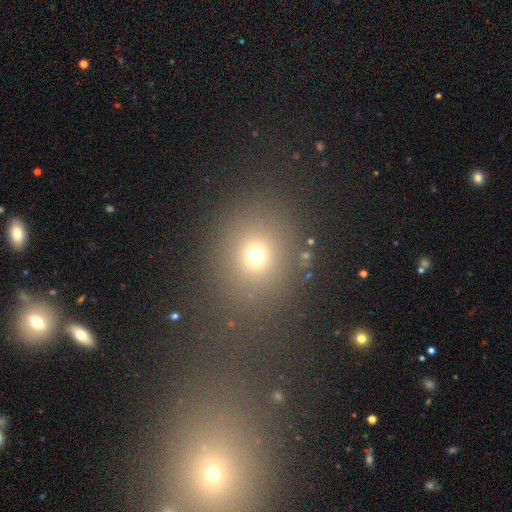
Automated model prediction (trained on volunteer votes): Smooth or featured: smooth — 69% (star or artifact — 21%)
How rounded: round — 75% (in between — 24%)
Merging: none — 72% (minor disturbance — 11%)